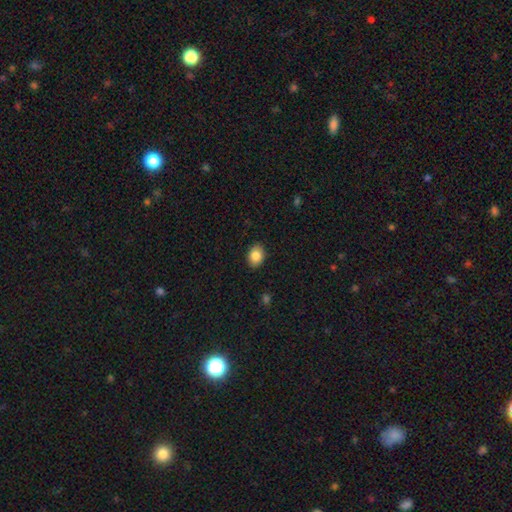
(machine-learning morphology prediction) smooth_or_featured: smooth (p=0.86) [alt: star or artifact p=0.08]
how_rounded: in between (p=0.69) [alt: round p=0.30]
merging: none (p=0.89) [alt: minor disturbance p=0.08]